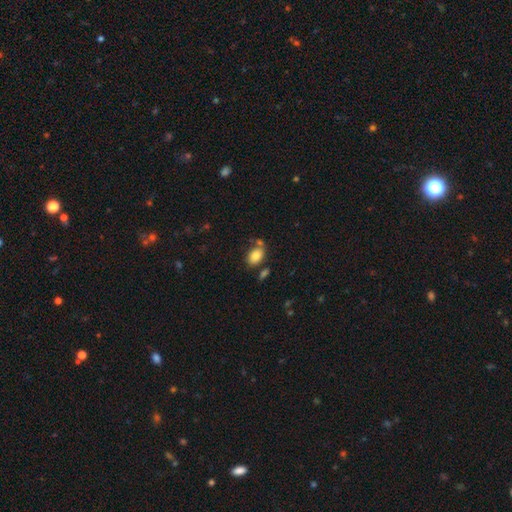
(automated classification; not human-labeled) Q: Smooth or featured?
A: smooth (83%); runner-up: featured or disk (9%)
Q: How rounded?
A: in between (86%); runner-up: round (13%)
Q: Merging?
A: none (65%); runner-up: merger (15%)